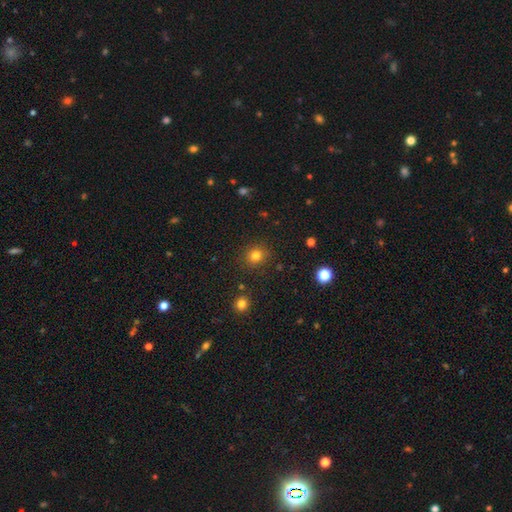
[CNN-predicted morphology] Smooth or featured: smooth — 80% (star or artifact — 14%)
How rounded: round — 84% (in between — 15%)
Merging: none — 88% (minor disturbance — 8%)